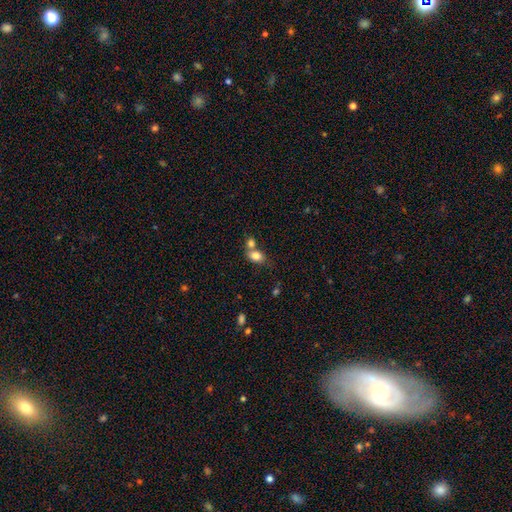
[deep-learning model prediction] A smooth galaxy with no disk features (82%) that is in between round and cigar-shaped (71%).

Vote fractions:
- Smooth or featured? smooth: 82% / featured or disk: 9% / star or artifact: 9%
- How rounded? in between: 71% / round: 28% / cigar-shaped: 2%
- Merging? merger: 47% / none: 38% / minor disturbance: 11% / major disturbance: 5%